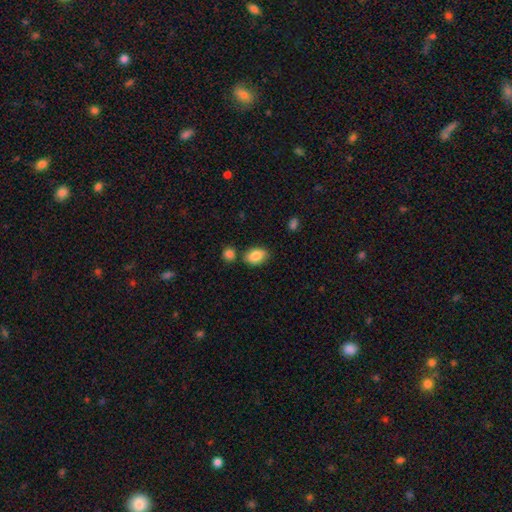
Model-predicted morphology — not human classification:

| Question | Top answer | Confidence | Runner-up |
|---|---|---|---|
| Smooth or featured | smooth | 86% | star or artifact (7%) |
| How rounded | in between | 84% | round (15%) |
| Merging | none | 76% | minor disturbance (12%) |